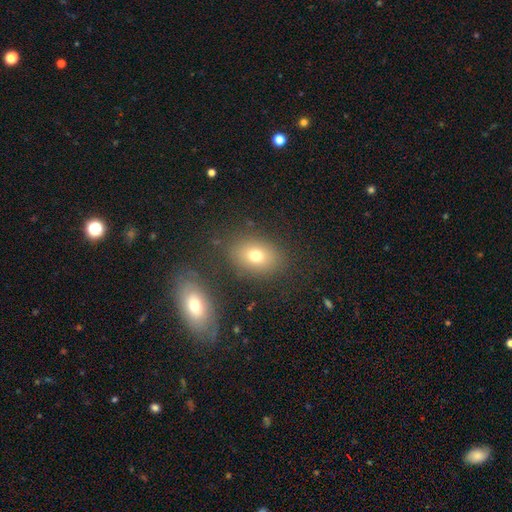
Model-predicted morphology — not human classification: Smooth or featured? smooth (72%)
How rounded? in between (70%)
Merging? none (81%)